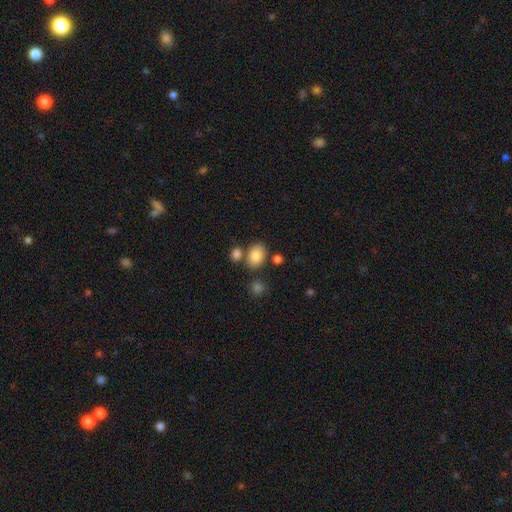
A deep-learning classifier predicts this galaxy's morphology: Smooth or featured? smooth (83%)
How rounded? in between (72%)
Merging? none (68%)